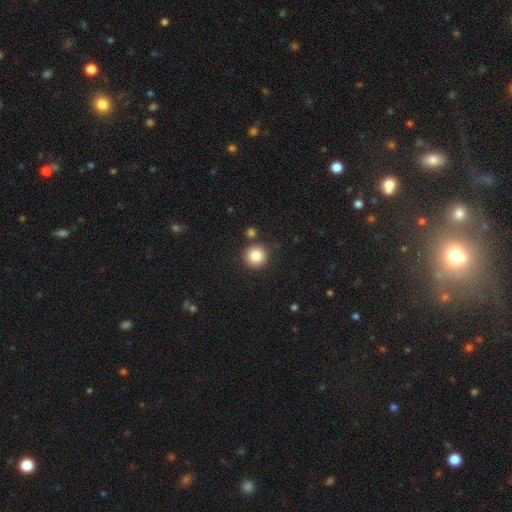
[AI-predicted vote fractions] A smooth galaxy with no disk features (85%) that is round (94%). Merging: none (85%).